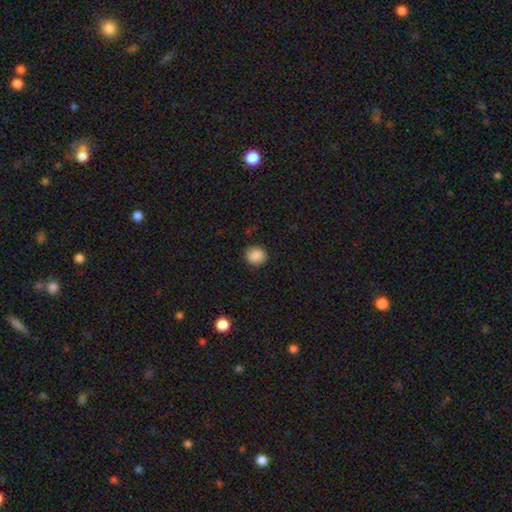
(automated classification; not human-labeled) A smooth galaxy with no disk features (87%) that is round (75%). Merging: none (86%).